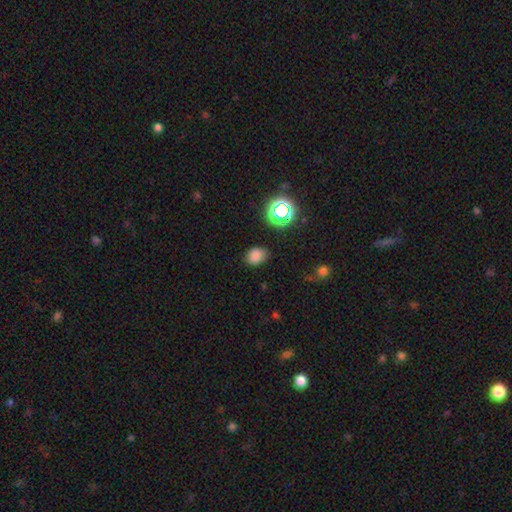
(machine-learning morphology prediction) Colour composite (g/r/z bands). It shows a smooth galaxy with no disk features (77%) that is in between round and cigar-shaped (58%). Merging: none (77%).